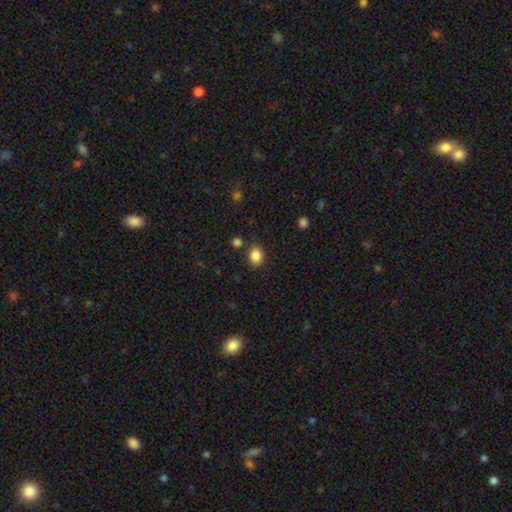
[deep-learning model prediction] smooth_or_featured: smooth (p=0.86) [alt: star or artifact p=0.10]
how_rounded: round (p=0.57) [alt: in between p=0.42]
merging: none (p=0.84) [alt: minor disturbance p=0.09]